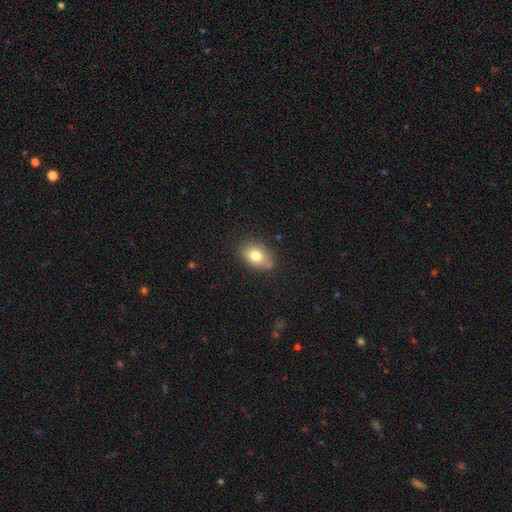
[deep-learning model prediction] Smooth or featured: smooth — 78% (featured or disk — 13%)
How rounded: in between — 77% (round — 21%)
Merging: none — 78% (minor disturbance — 16%)